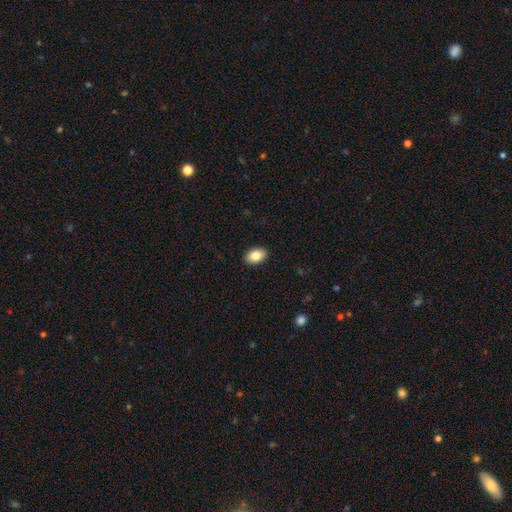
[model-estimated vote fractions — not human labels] smooth 84%, featured or disk 9%, star or artifact 7%. Down the decision tree: how rounded — in between (90%); merging — none (91%).